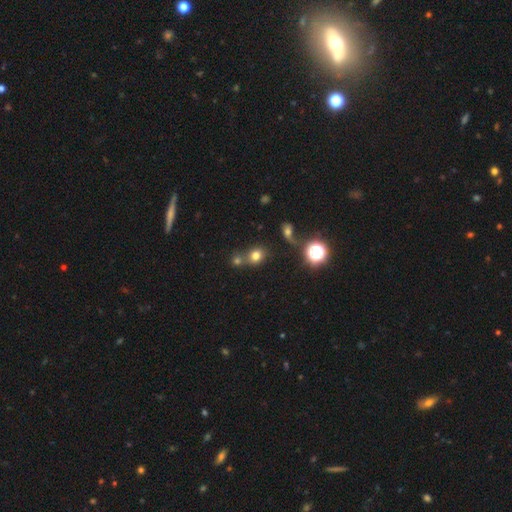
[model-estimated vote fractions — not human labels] Morphology: type=smooth (72%); roundness=round (69%); merging=none (53%).